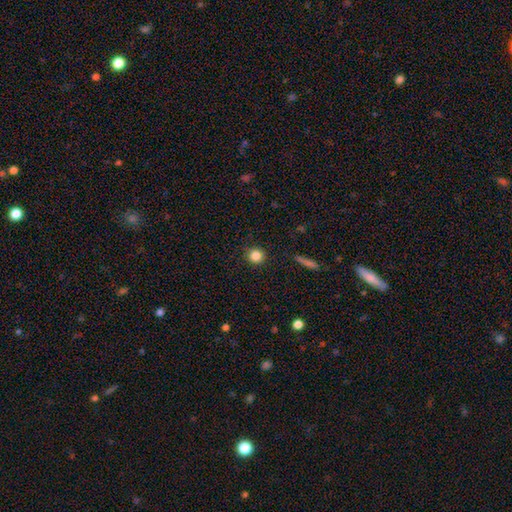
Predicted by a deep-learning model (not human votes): The model was most divided on "smooth or featured": smooth: 84%, star or artifact: 11%, featured or disk: 5%. More confident: how rounded — round (93%); merging — none (90%).